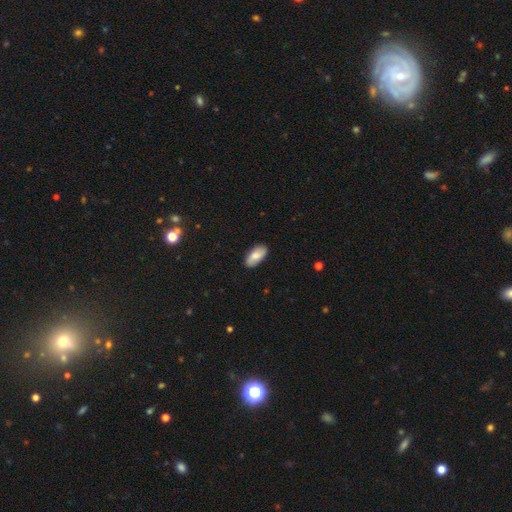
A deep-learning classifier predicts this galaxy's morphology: This is likely a smooth galaxy (79%). How rounded: clearly in between (92%). Merging: clearly none (88%).